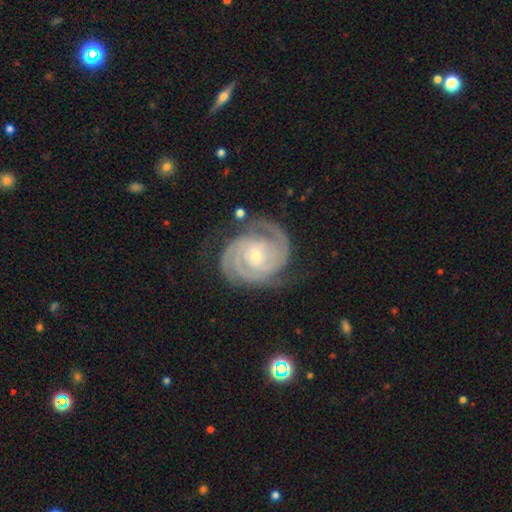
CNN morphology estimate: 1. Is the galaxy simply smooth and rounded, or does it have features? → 92% featured or disk, 4% star or artifact, 4% smooth.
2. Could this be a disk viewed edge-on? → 98% no, 2% yes.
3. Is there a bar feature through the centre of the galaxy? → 61% no, 28% weak, 11% strong.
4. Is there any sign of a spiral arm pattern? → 98% yes, 2% no.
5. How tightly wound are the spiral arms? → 75% tight, 22% medium, 3% loose.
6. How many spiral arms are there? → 51% 2, 23% 3, 10% can't tell, 7% 4, 4% more than 4, 4% 1.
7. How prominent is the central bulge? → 75% small, 21% moderate, 1% none, 1% large, 1% dominant.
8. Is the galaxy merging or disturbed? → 72% none, 18% minor disturbance, 8% major disturbance, 3% merger.